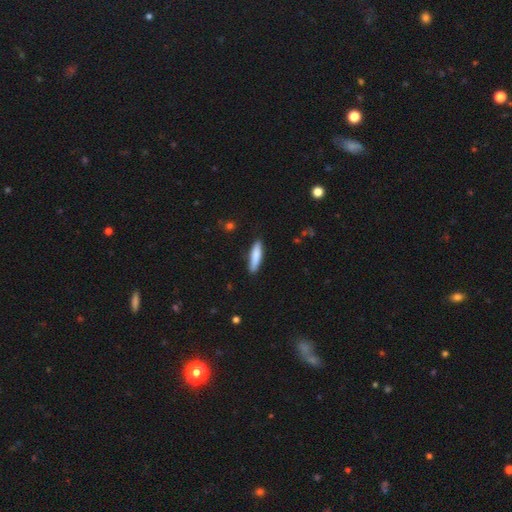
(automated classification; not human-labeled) Smooth or featured? Predicted: smooth (p=0.83). How rounded? Predicted: cigar-shaped (p=0.78). Merging? Predicted: none (p=0.86).